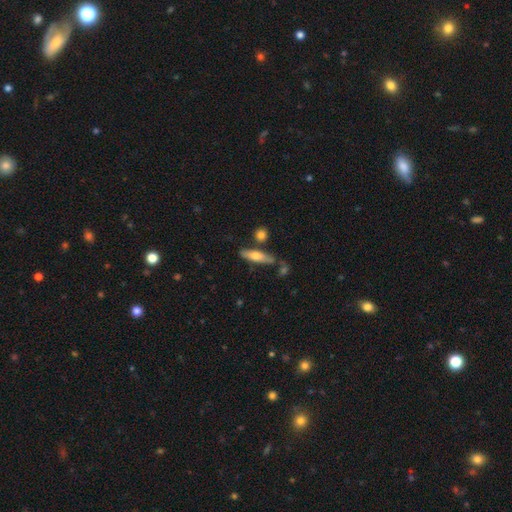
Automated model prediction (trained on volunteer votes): A smooth galaxy with no disk features (61%) that is cigar-shaped (70%).

Vote fractions:
- Smooth or featured? smooth: 61% / featured or disk: 33% / star or artifact: 6%
- How rounded? cigar-shaped: 70% / in between: 28% / round: 2%
- Merging? none: 70% / minor disturbance: 16% / merger: 10% / major disturbance: 4%